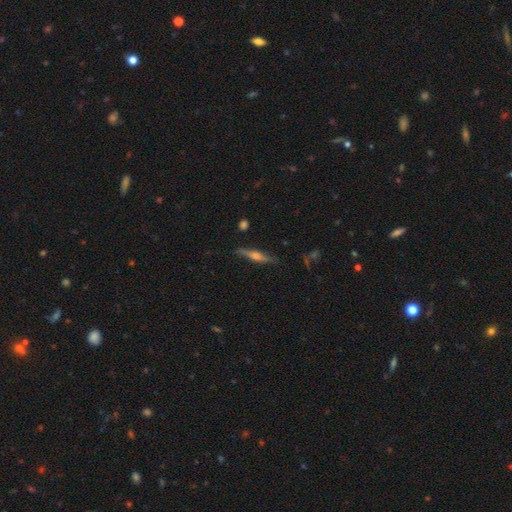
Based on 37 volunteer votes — Q: Smooth or featured?
A: featured or disk (84%); runner-up: smooth (14%)
Q: Edge-on disk?
A: yes (100%)
Q: Edge-on bulge?
A: rounded (90%); runner-up: boxy (10%)
Q: Merging?
A: none (83%); runner-up: minor disturbance (17%)